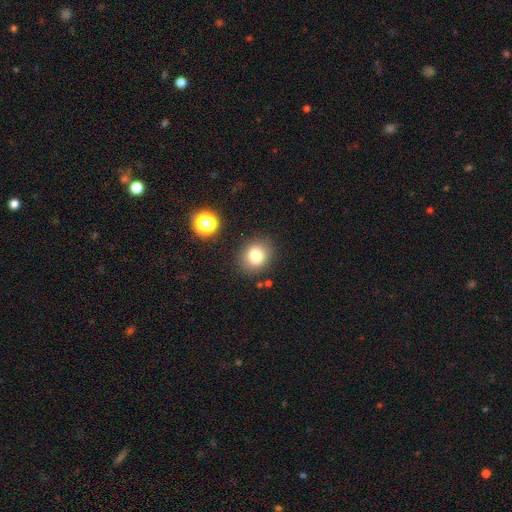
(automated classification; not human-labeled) This appears to be a smooth galaxy with no disk features (79%) that is round (69%). Merging: none (85%).